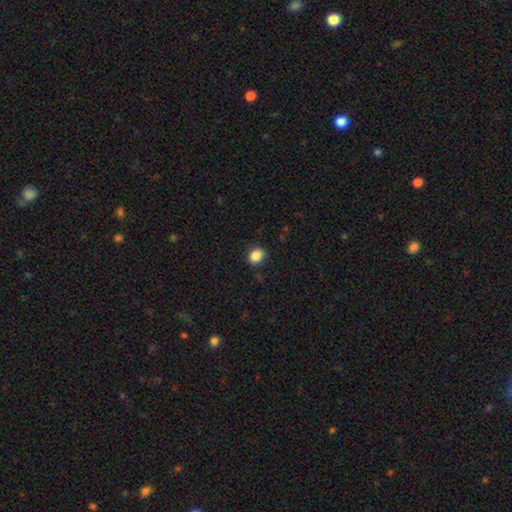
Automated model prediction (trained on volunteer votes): A smooth galaxy with no disk features (87%) that is round (56%).

Vote fractions:
- Smooth or featured? smooth: 87% / star or artifact: 10% / featured or disk: 4%
- How rounded? round: 56% / in between: 43% / cigar-shaped: 1%
- Merging? none: 85% / minor disturbance: 11% / major disturbance: 2% / merger: 1%